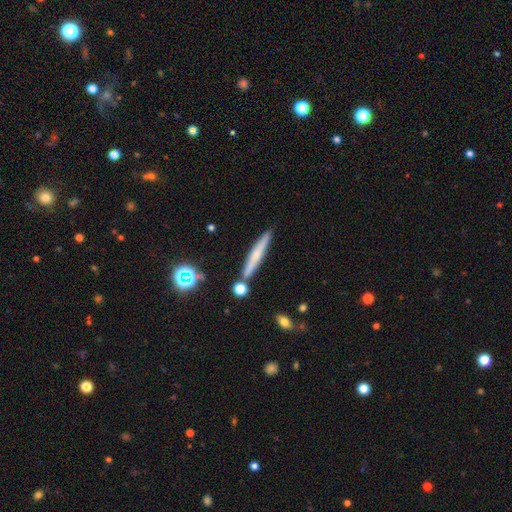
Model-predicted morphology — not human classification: Smooth or featured: smooth — 52% (featured or disk — 38%)
How rounded: cigar-shaped — 93% (in between — 4%)
Merging: none — 84% (minor disturbance — 9%)